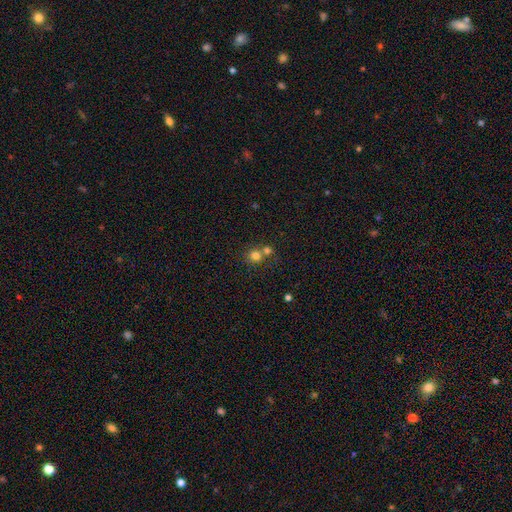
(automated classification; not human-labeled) Morphology: type=smooth (77%); roundness=round (86%); merging=none (47%).